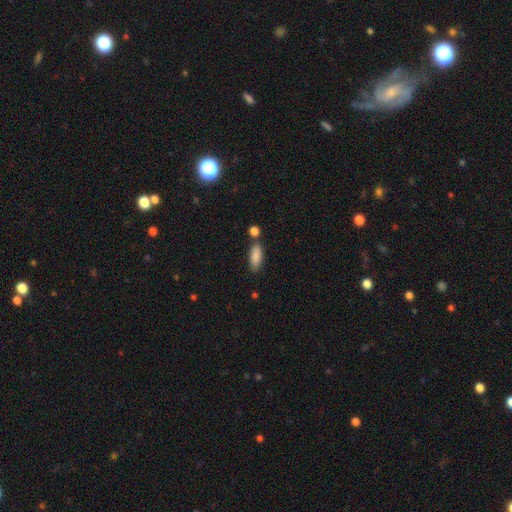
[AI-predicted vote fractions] The model was most divided on "how rounded": in between: 73%, cigar-shaped: 24%, round: 2%. More confident: smooth or featured — smooth (87%); merging — none (72%).